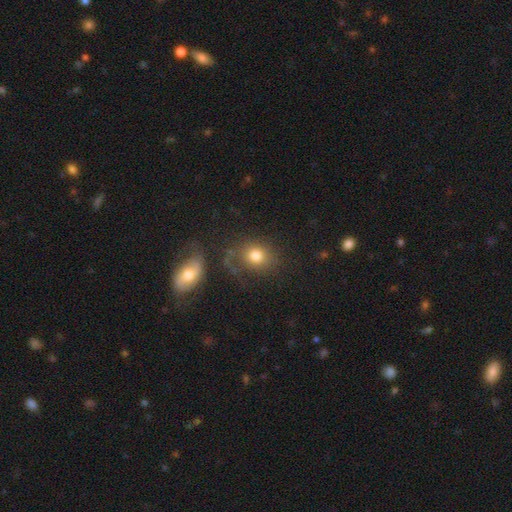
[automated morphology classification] The model was most divided on "how rounded": round: 70%, in between: 28%, cigar-shaped: 1%. More confident: smooth or featured — smooth (77%); merging — none (64%).